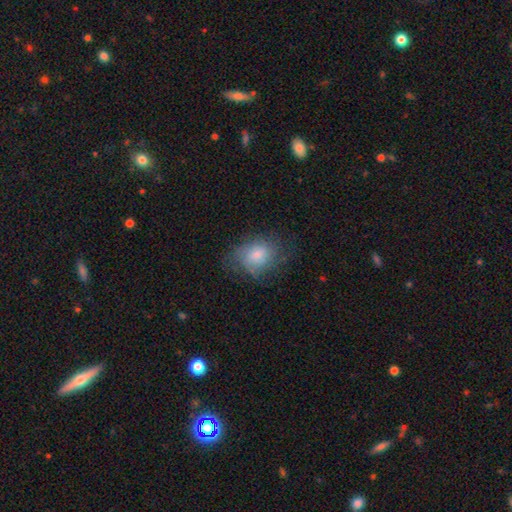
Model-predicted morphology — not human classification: Smooth or featured? Predicted: smooth (p=0.64). How rounded? Predicted: in between (p=0.63). Merging? Predicted: none (p=0.63).